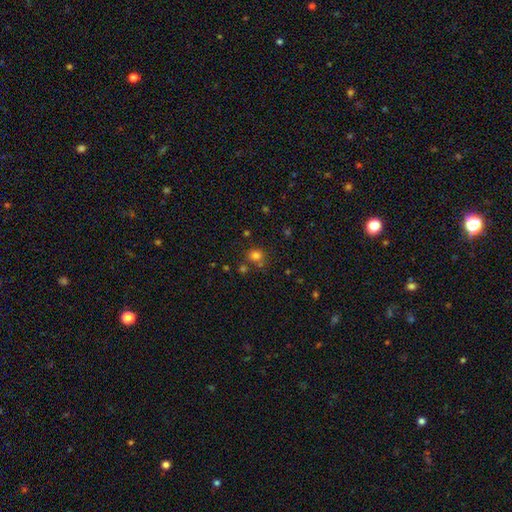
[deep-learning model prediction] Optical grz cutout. It shows a smooth galaxy with no disk features (77%) that is round (86%). Merging: none (72%).